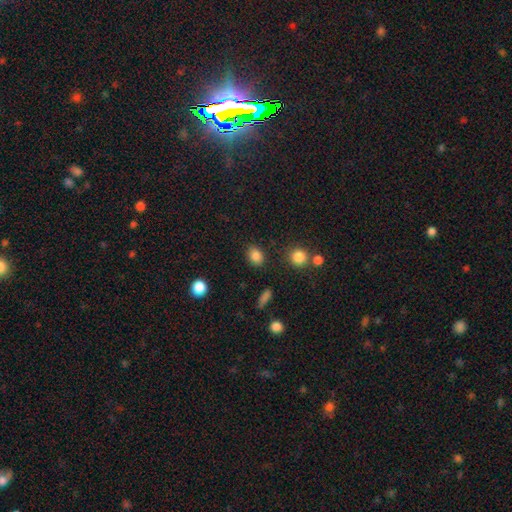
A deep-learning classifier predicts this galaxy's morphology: A smooth galaxy with no disk features (84%) that is in between round and cigar-shaped (57%).

Vote fractions:
- Smooth or featured? smooth: 84% / star or artifact: 11% / featured or disk: 5%
- How rounded? in between: 57% / round: 42% / cigar-shaped: 1%
- Merging? none: 83% / minor disturbance: 10% / major disturbance: 3% / merger: 3%